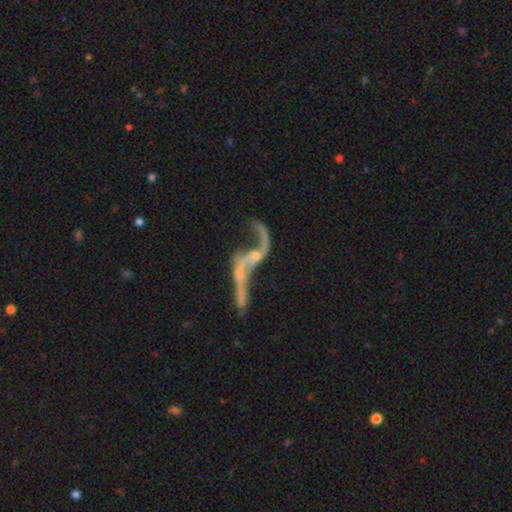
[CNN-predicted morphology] Smooth or featured? Predicted: featured or disk (p=0.83). Edge-on disk? Predicted: no (p=0.90). Bar? Predicted: no (p=0.57). Spiral arms? Predicted: yes (p=0.80). Spiral winding? Predicted: loose (p=0.95). Spiral arm count? Predicted: 2 (p=0.88). Bulge size? Predicted: small (p=0.45). Merging? Predicted: none (p=0.31).